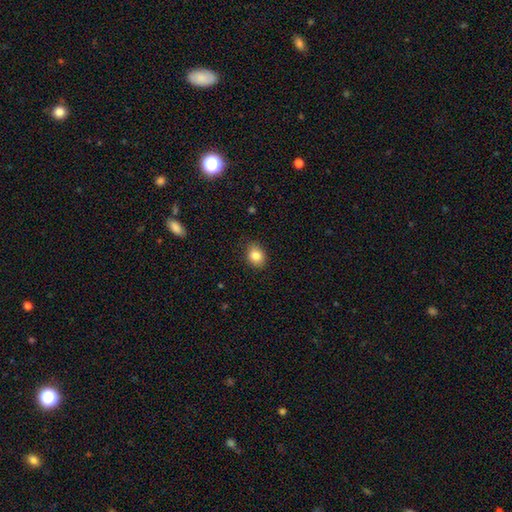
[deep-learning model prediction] The model was most divided on "how rounded": round: 50%, in between: 49%, cigar-shaped: 1%. More confident: smooth or featured — smooth (85%); merging — none (84%).